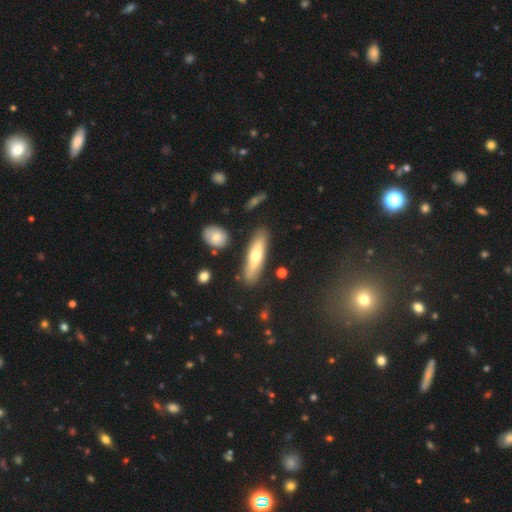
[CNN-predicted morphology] Smooth or featured?
  - smooth: 55% *
  - featured or disk: 38%
  - star or artifact: 7%
How rounded?
  - cigar-shaped: 71% *
  - in between: 26%
  - round: 2%
Merging?
  - none: 83% *
  - minor disturbance: 11%
  - merger: 3%
  - major disturbance: 3%